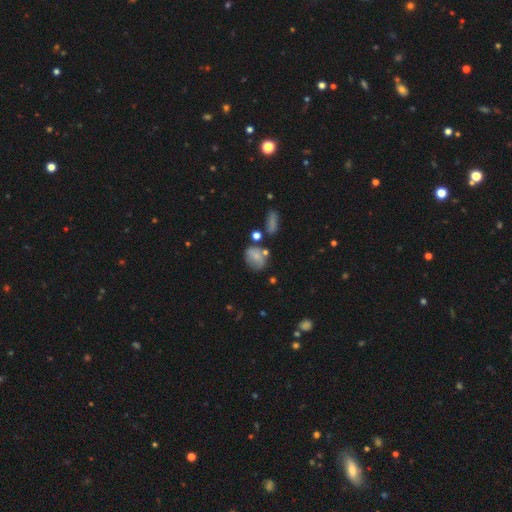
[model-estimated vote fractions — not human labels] smooth_or_featured: smooth (p=0.70) [alt: featured or disk p=0.18]
how_rounded: in between (p=0.55) [alt: round p=0.43]
merging: none (p=0.51) [alt: minor disturbance p=0.24]